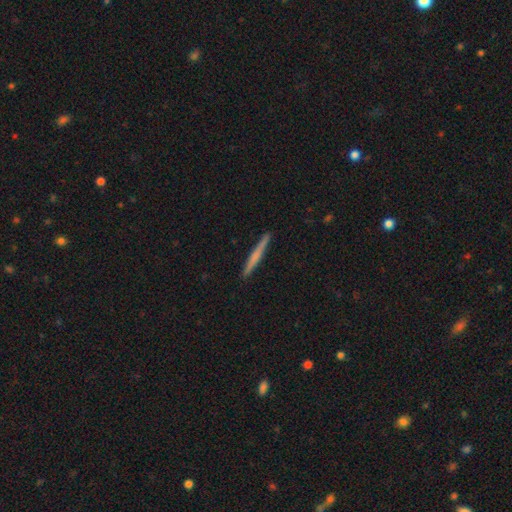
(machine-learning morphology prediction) This is possibly a smooth galaxy (52%). How rounded: clearly cigar-shaped (97%). Merging: clearly none (92%).